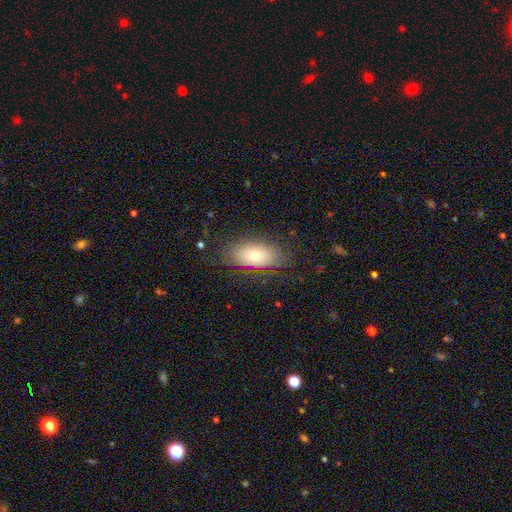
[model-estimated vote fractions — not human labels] A smooth galaxy with no disk features (71%) that is in between round and cigar-shaped (90%). Merging: none (77%).